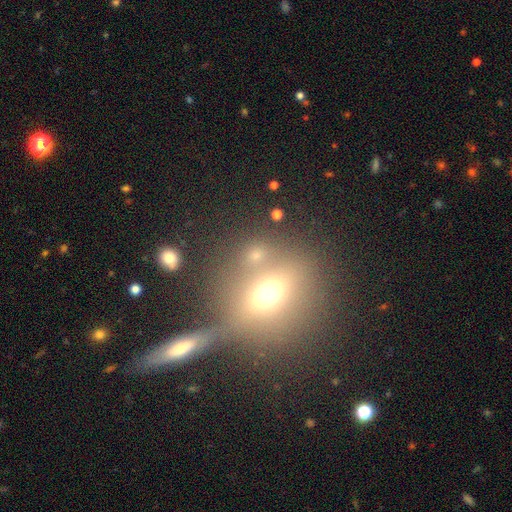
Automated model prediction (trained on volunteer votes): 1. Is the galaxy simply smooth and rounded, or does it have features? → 61% smooth, 26% star or artifact, 12% featured or disk.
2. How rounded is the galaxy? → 58% round, 39% in between, 3% cigar-shaped.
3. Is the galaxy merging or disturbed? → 61% none, 22% merger, 10% minor disturbance, 7% major disturbance.